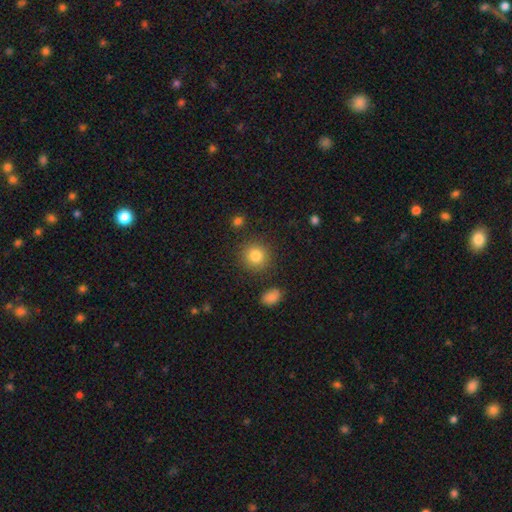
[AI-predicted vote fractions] Smooth or featured?
  - smooth: 83% *
  - star or artifact: 11%
  - featured or disk: 6%
How rounded?
  - round: 90% *
  - in between: 9%
  - cigar-shaped: 1%
Merging?
  - none: 87% *
  - minor disturbance: 7%
  - major disturbance: 3%
  - merger: 3%